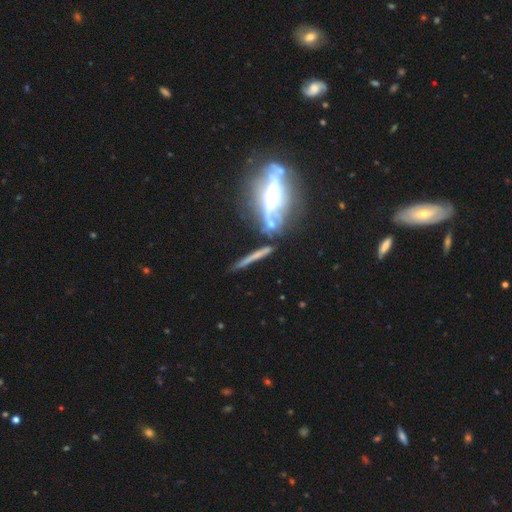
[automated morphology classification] Q: Smooth or featured?
A: featured or disk (57%); runner-up: smooth (32%)
Q: Edge-on disk?
A: yes (83%); runner-up: no (17%)
Q: Merging?
A: none (57%); runner-up: merger (22%)